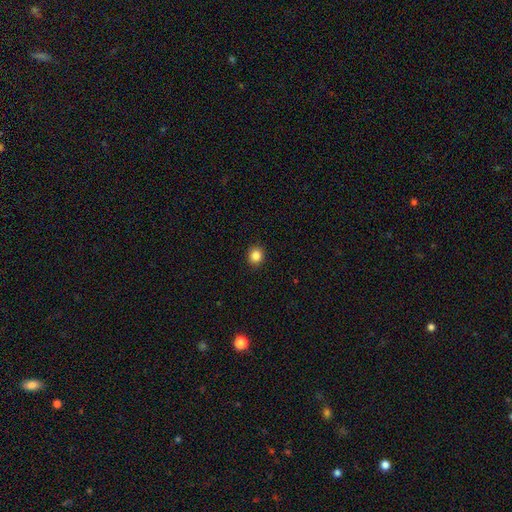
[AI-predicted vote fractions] This appears to be a smooth galaxy with no disk features (85%) that is round (84%). Merging: none (91%).